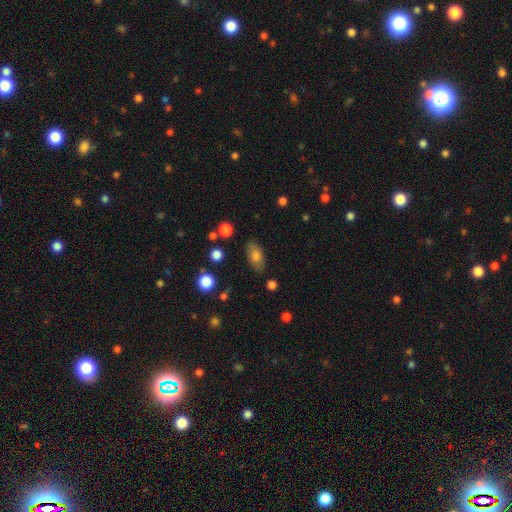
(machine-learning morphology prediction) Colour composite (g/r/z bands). It shows a smooth galaxy with no disk features (75%) that is in between round and cigar-shaped (88%). Merging: none (81%).